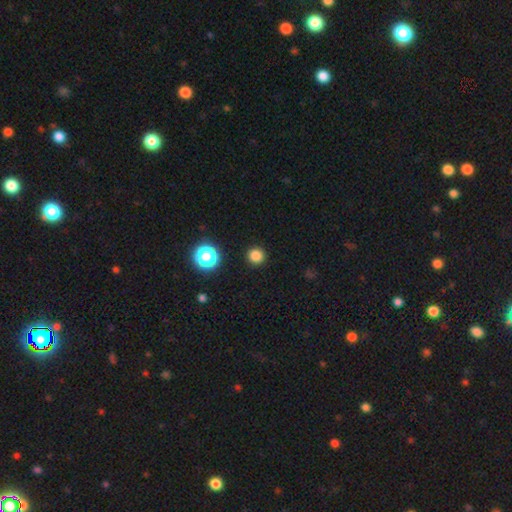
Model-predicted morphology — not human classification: smooth_or_featured: smooth (p=0.81) [alt: star or artifact p=0.15]
how_rounded: round (p=0.95) [alt: in between p=0.04]
merging: none (p=0.92) [alt: minor disturbance p=0.05]